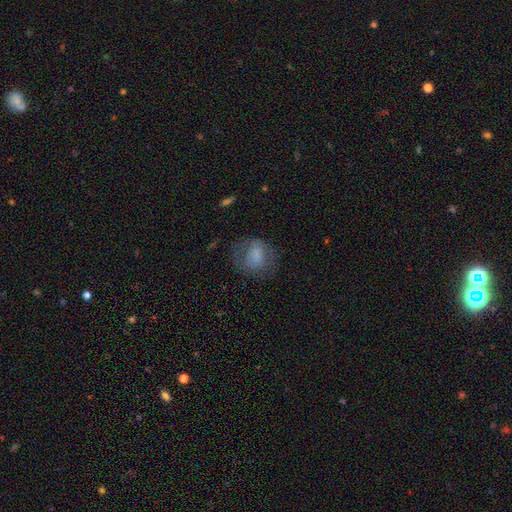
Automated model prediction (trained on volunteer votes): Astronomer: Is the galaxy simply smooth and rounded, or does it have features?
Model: smooth — 70%.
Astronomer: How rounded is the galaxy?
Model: round — 57% (runner-up: in between, 41%).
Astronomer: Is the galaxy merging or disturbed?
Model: none — 58%.